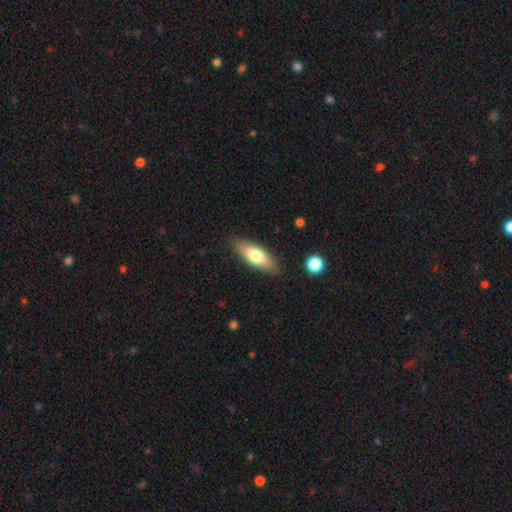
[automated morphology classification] smooth 71%, featured or disk 23%, star or artifact 6%. Down the decision tree: how rounded — in between (69%); merging — none (86%).